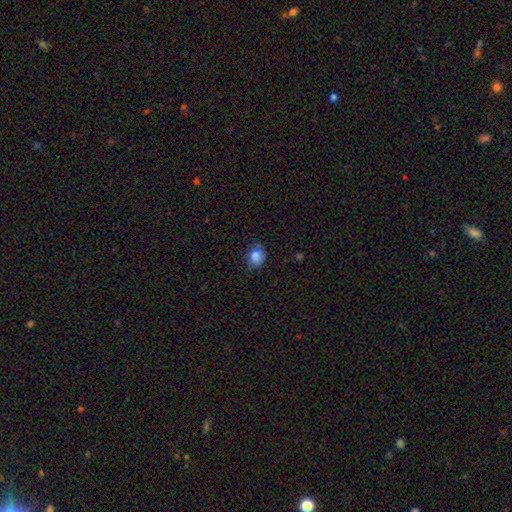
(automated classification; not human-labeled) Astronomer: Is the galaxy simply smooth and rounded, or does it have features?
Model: smooth — 85%.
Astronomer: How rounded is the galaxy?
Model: round — 67%.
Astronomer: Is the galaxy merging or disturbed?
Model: none — 69%.